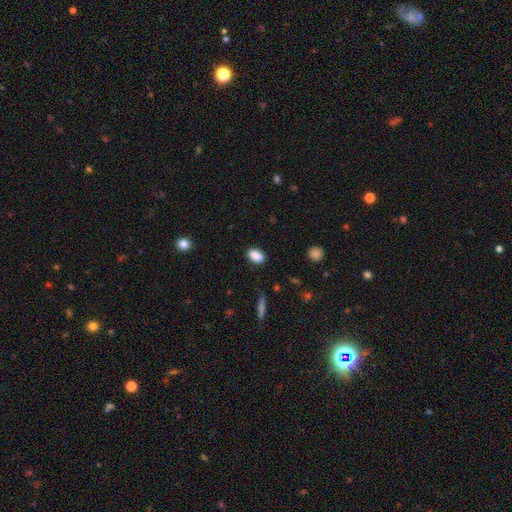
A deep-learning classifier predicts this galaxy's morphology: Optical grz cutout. It shows a smooth galaxy with no disk features (88%) that is in between round and cigar-shaped (88%). Merging: none (86%).